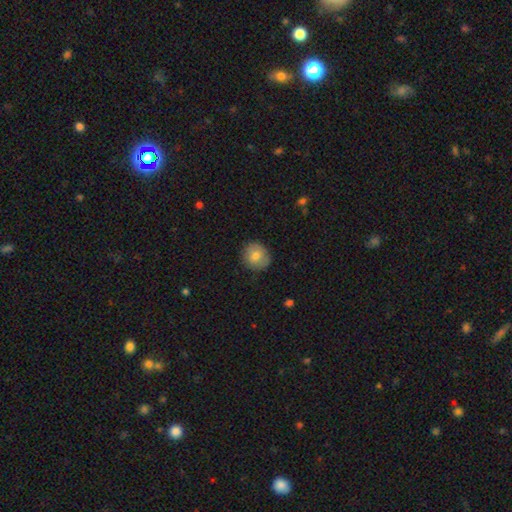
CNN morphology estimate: smooth-or-featured: smooth: 78% | featured or disk: 13% | star or artifact: 8%
  how-rounded: round: 88% | in between: 11% | cigar-shaped: 1%
  merging: none: 83% | minor disturbance: 13% | major disturbance: 3% | merger: 1%